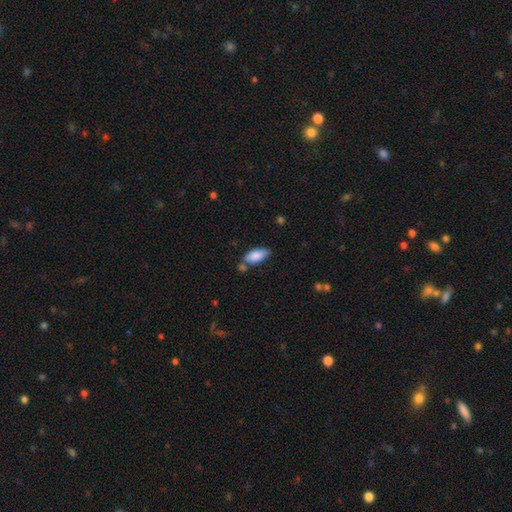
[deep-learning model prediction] Morphology: type=smooth (83%); roundness=in between (86%); merging=none (66%).